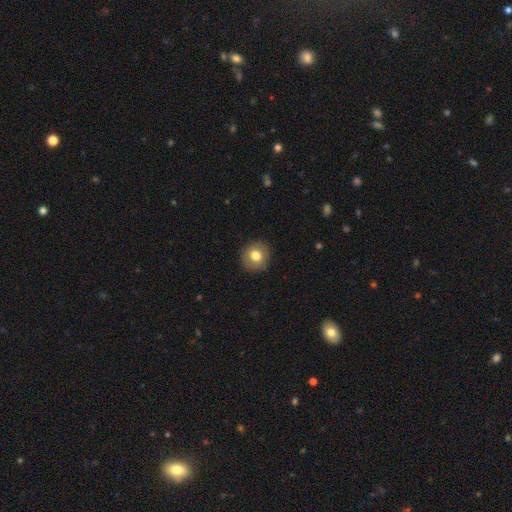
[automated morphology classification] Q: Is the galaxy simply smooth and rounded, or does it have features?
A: smooth — 76%.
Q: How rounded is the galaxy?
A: round — 90%.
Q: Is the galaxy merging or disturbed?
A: none — 90%.